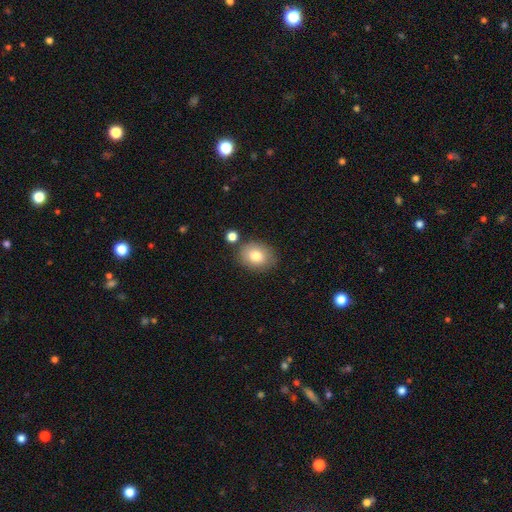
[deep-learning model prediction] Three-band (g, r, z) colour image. It shows a smooth galaxy with no disk features (80%) that is in between round and cigar-shaped (56%). Merging: none (78%).